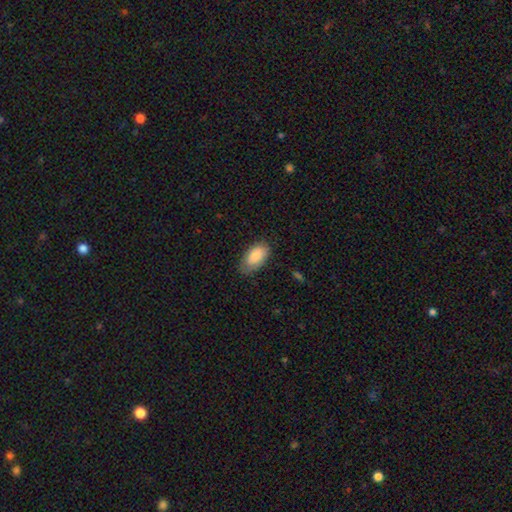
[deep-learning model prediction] This appears to be a smooth galaxy with no disk features (85%) that is in between round and cigar-shaped (94%). Merging: none (72%).